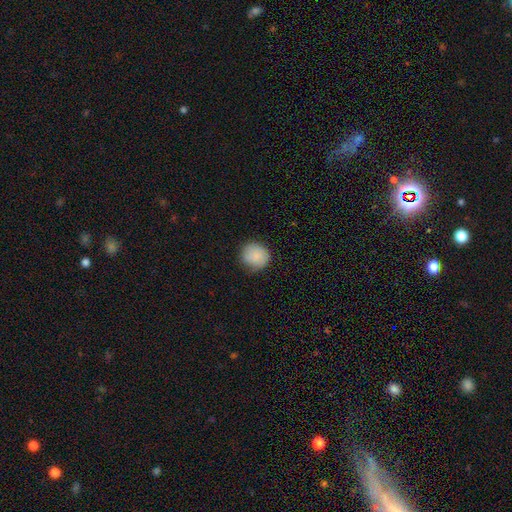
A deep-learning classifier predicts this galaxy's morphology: type=smooth (85%); roundness=round (89%); merging=none (76%).